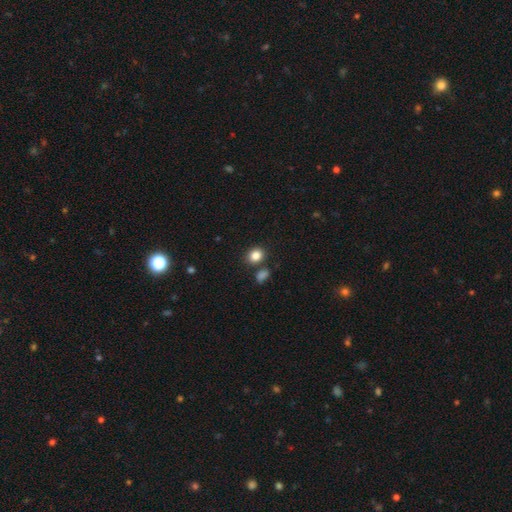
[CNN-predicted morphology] This is clearly a smooth galaxy (85%). How rounded: likely round (63%). Merging: likely none (77%).